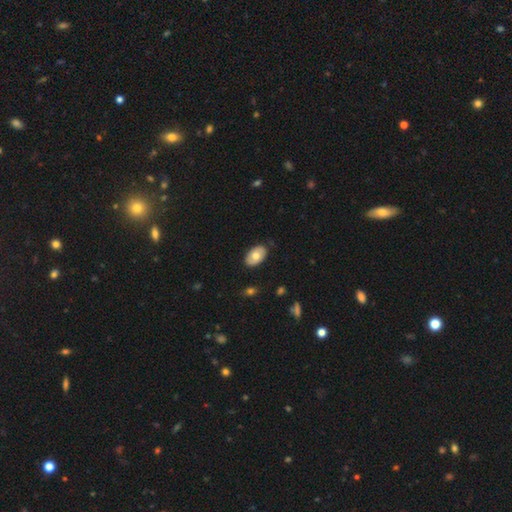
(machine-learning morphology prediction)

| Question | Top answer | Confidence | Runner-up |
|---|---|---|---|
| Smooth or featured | smooth | 68% | featured or disk (25%) |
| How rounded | in between | 92% | round (7%) |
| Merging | none | 82% | minor disturbance (14%) |